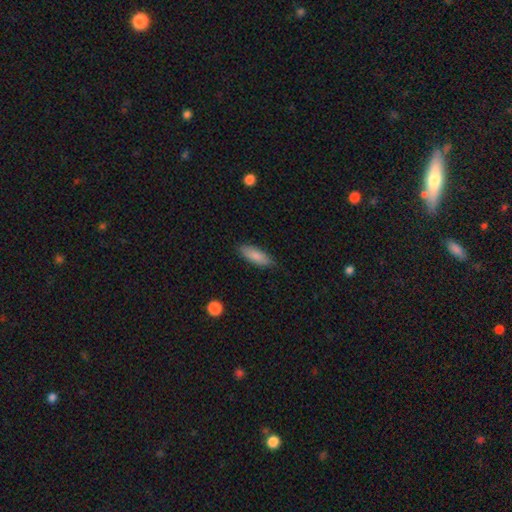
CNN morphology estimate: smooth-or-featured: smooth: 85% | featured or disk: 9% | star or artifact: 6%
  how-rounded: in between: 68% | cigar-shaped: 31% | round: 2%
  merging: none: 82% | minor disturbance: 14% | major disturbance: 2% | merger: 1%